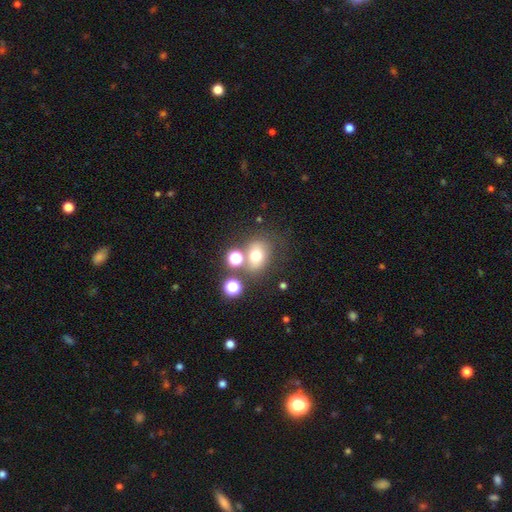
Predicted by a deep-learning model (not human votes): Smooth or featured? Predicted: smooth (p=0.68). How rounded? Predicted: round (p=0.55). Merging? Predicted: none (p=0.58).